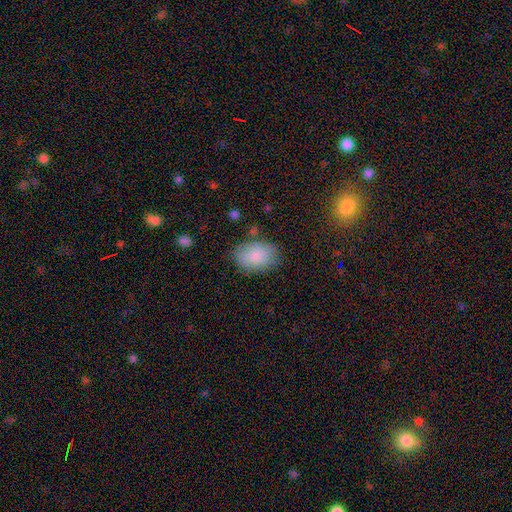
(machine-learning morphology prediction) Smooth or featured?
  - smooth: 85% *
  - featured or disk: 8%
  - star or artifact: 7%
How rounded?
  - in between: 87% *
  - round: 12%
  - cigar-shaped: 1%
Merging?
  - none: 78% *
  - minor disturbance: 16%
  - major disturbance: 4%
  - merger: 2%